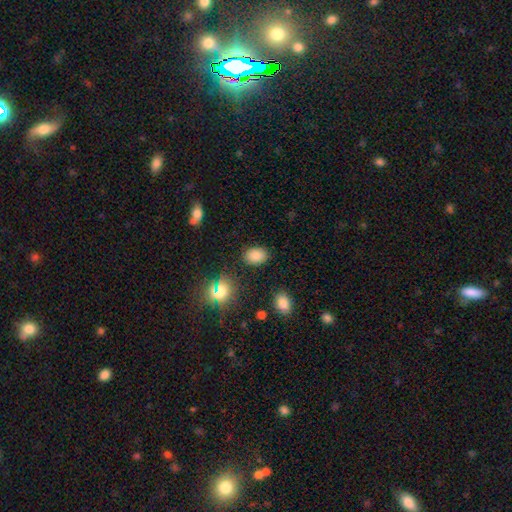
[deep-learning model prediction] A smooth galaxy with no disk features (83%) that is in between round and cigar-shaped (77%).

Vote fractions:
- Smooth or featured? smooth: 83% / star or artifact: 13% / featured or disk: 5%
- How rounded? in between: 77% / round: 22% / cigar-shaped: 1%
- Merging? none: 86% / minor disturbance: 9% / major disturbance: 3% / merger: 2%